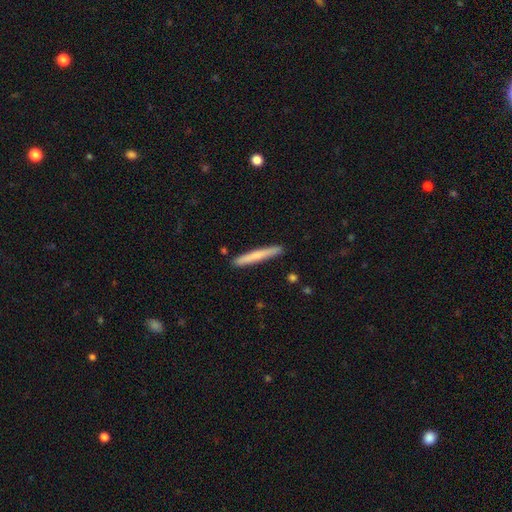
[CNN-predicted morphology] The model was most divided on "smooth or featured": smooth: 64%, featured or disk: 31%, star or artifact: 6%. More confident: how rounded — cigar-shaped (96%); merging — none (89%).